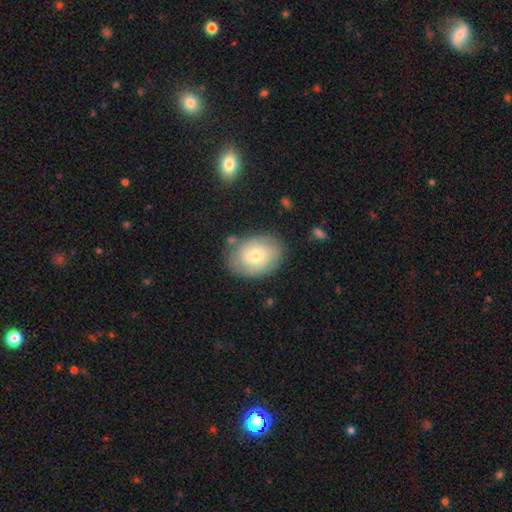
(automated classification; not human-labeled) Morphology: type=smooth (54%); roundness=in between (64%); merging=none (77%).